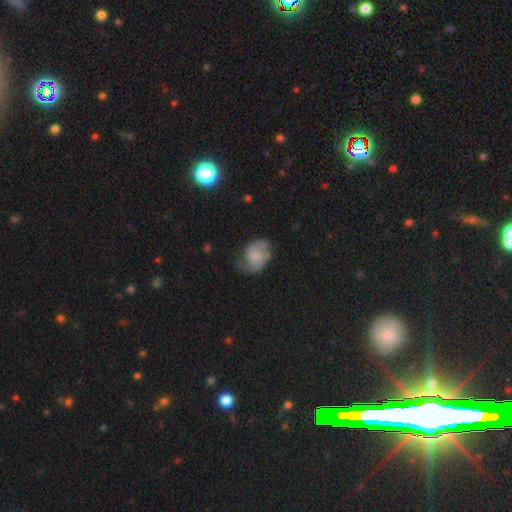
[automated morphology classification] smooth_or_featured: featured or disk (p=0.66) [alt: smooth p=0.27]
disk_edge_on: no (p=0.98) [alt: yes p=0.02]
bar: no (p=0.67) [alt: weak p=0.29]
has_spiral_arms: yes (p=0.89) [alt: no p=0.11]
spiral_winding: medium (p=0.45) [alt: loose p=0.32]
spiral_arm_count: 2 (p=0.76) [alt: can't tell p=0.10]
bulge_size: small (p=0.42) [alt: none p=0.27]
merging: none (p=0.52) [alt: minor disturbance p=0.28]